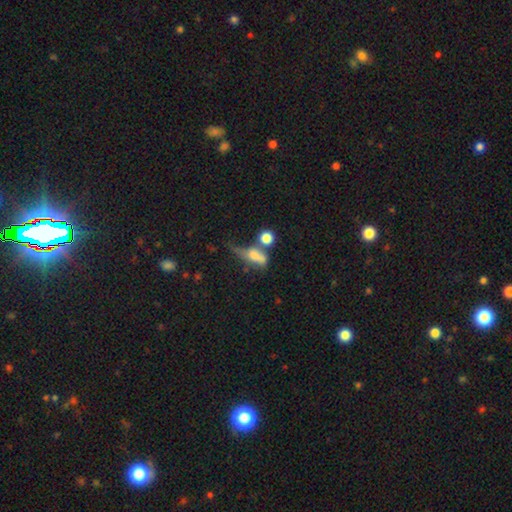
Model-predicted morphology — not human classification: This is likely a smooth galaxy (61%). How rounded: possibly in between (58%). Merging: marginally merger (32%).